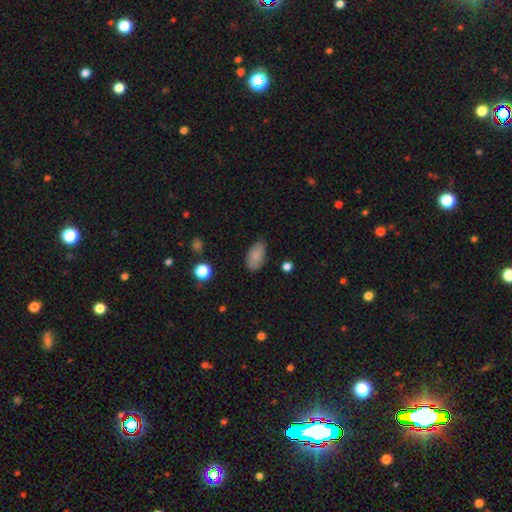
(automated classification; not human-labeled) Morphology: type=smooth (83%); roundness=in between (93%); merging=none (76%).